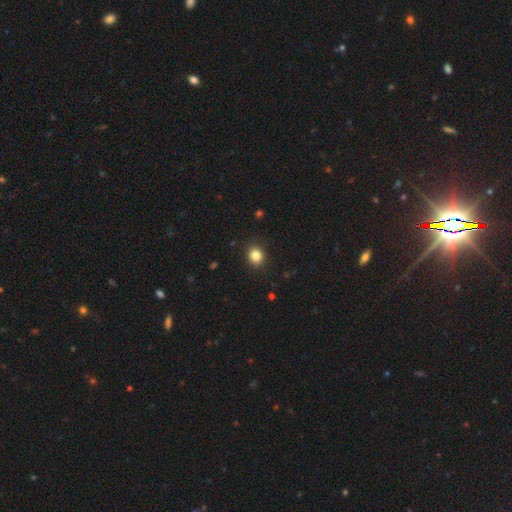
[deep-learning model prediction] smooth-or-featured: smooth: 84% | star or artifact: 11% | featured or disk: 5%
  how-rounded: round: 77% | in between: 22% | cigar-shaped: 1%
  merging: none: 89% | minor disturbance: 7% | major disturbance: 2% | merger: 1%